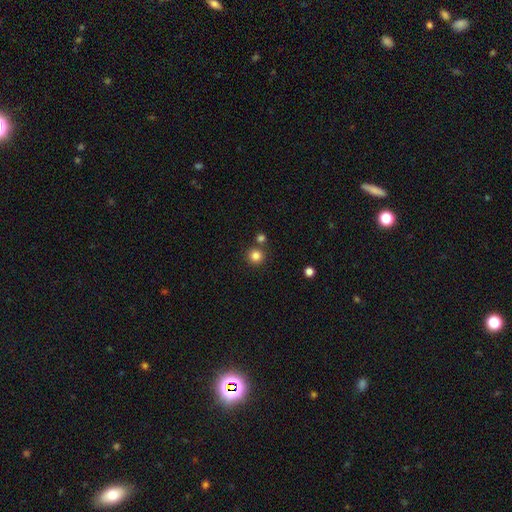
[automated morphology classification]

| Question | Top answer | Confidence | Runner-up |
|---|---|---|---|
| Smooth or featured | smooth | 83% | star or artifact (12%) |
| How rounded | round | 94% | in between (5%) |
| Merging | none | 79% | merger (12%) |